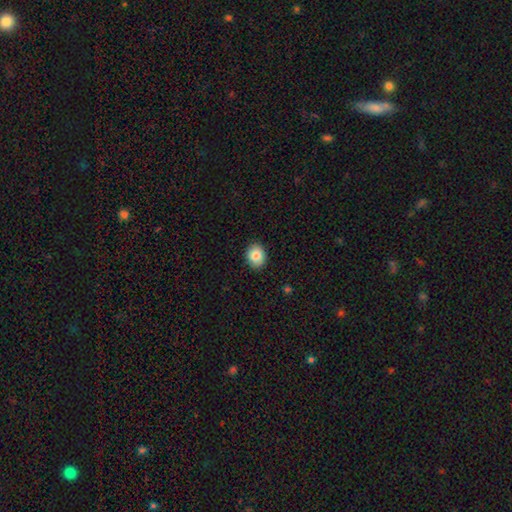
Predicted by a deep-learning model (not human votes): smooth 84%, star or artifact 8%, featured or disk 8%. Down the decision tree: how rounded — round (52%); merging — none (90%).